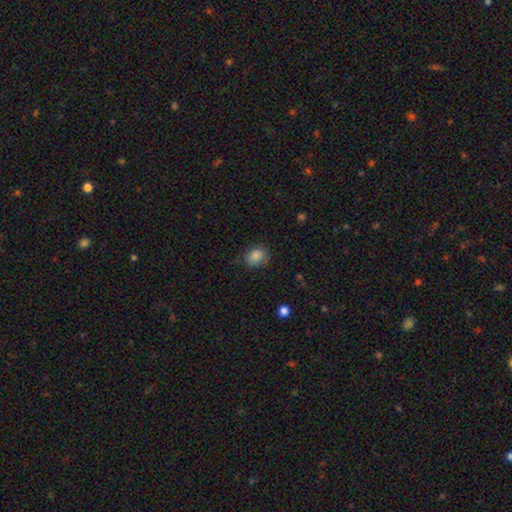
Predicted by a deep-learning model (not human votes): Smooth or featured?
  - smooth: 85% *
  - star or artifact: 10%
  - featured or disk: 6%
How rounded?
  - round: 50% *
  - in between: 49%
  - cigar-shaped: 1%
Merging?
  - none: 68% *
  - minor disturbance: 24%
  - major disturbance: 6%
  - merger: 1%